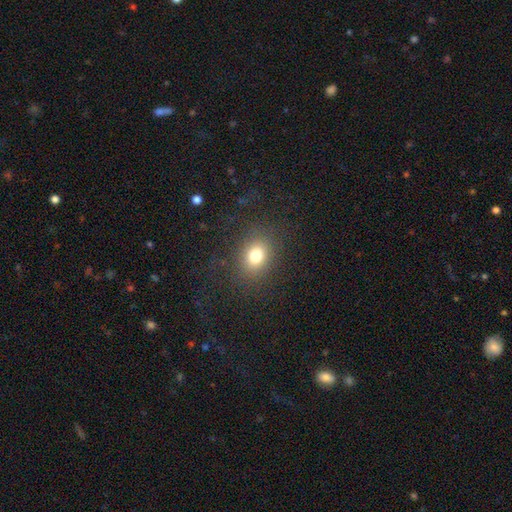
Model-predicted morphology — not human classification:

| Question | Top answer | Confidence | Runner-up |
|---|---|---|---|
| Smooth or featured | smooth | 77% | star or artifact (14%) |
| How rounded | in between | 51% | round (47%) |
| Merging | none | 84% | minor disturbance (9%) |